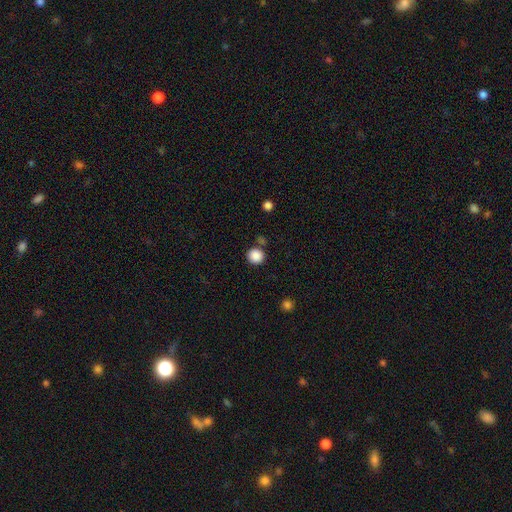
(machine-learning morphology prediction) Q: Smooth or featured?
A: smooth (87%); runner-up: star or artifact (10%)
Q: How rounded?
A: round (91%); runner-up: in between (8%)
Q: Merging?
A: none (82%); runner-up: minor disturbance (8%)